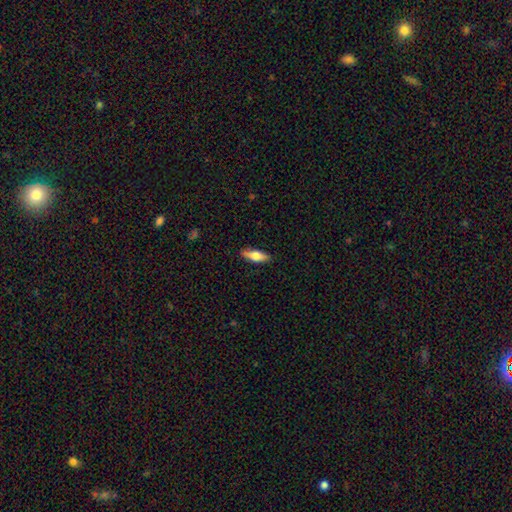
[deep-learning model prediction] Smooth or featured? smooth (60%)
How rounded? in between (57%)
Merging? none (87%)